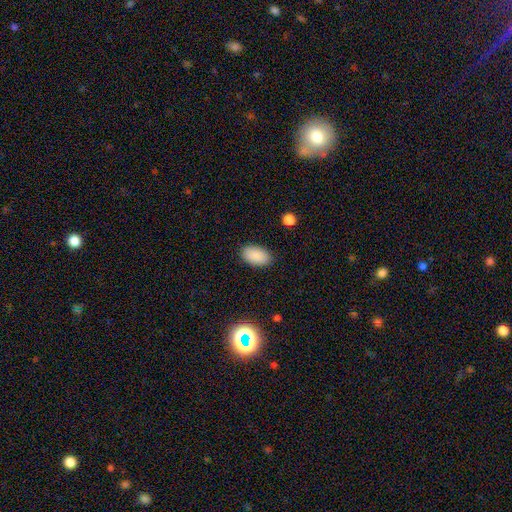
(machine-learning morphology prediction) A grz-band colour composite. It shows a smooth galaxy with no disk features (89%) that is in between round and cigar-shaped (95%). Merging: none (88%).